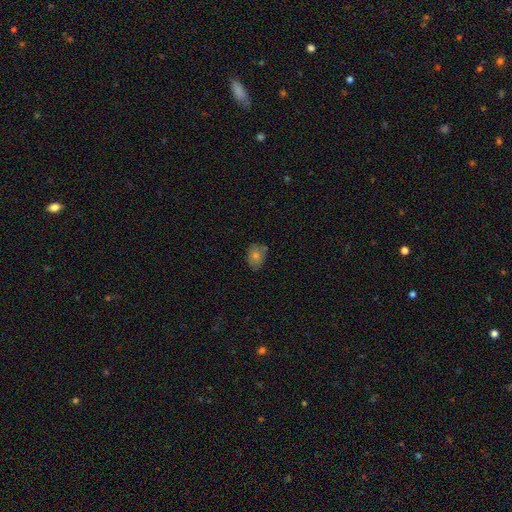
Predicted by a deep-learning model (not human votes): Smooth or featured? smooth (64%)
How rounded? in between (59%)
Merging? none (74%)